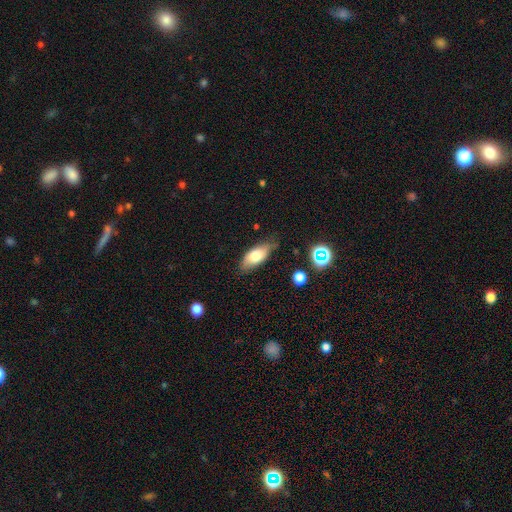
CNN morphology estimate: Smooth or featured: smooth — 72% (featured or disk — 20%)
How rounded: in between — 84% (cigar-shaped — 12%)
Merging: none — 71% (minor disturbance — 22%)